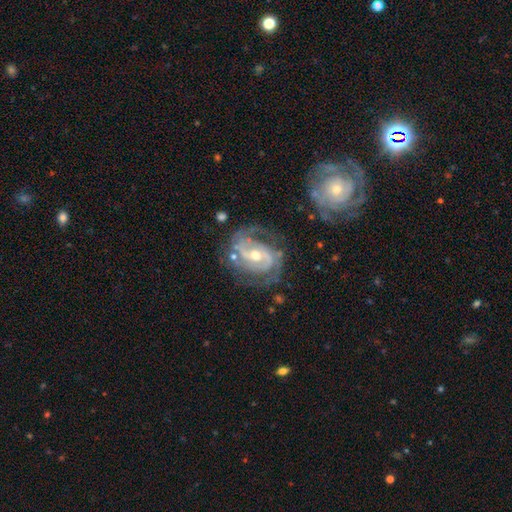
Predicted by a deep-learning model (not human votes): Smooth or featured? featured or disk (90%)
Edge-on disk? no (97%)
Bar? weak (42%)
Spiral arms? yes (97%)
Spiral winding? tight (48%)
Spiral arm count? 2 (55%)
Bulge size? moderate (61%)
Merging? none (66%)